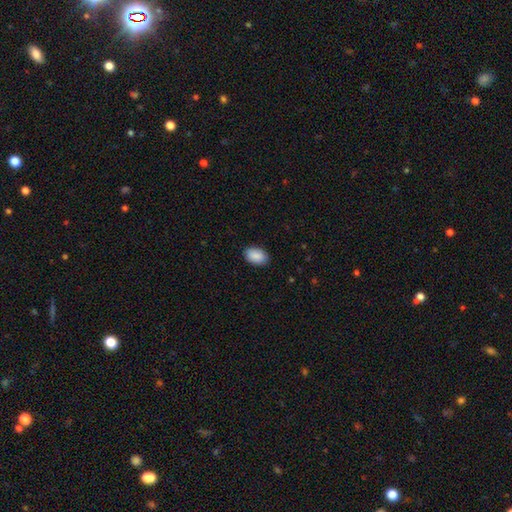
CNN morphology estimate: smooth 90%, star or artifact 6%, featured or disk 4%. Down the decision tree: how rounded — in between (92%); merging — none (88%).